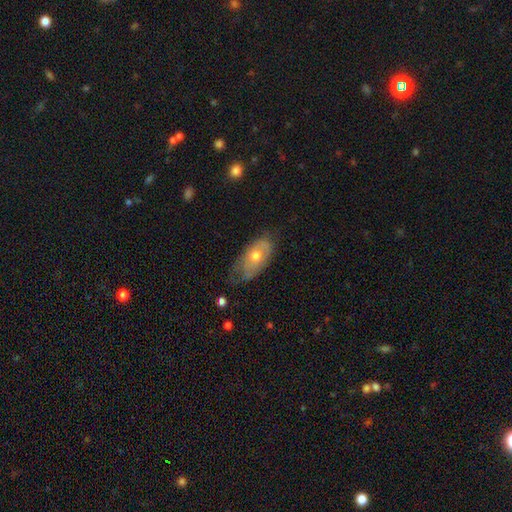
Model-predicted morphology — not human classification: smooth-or-featured: smooth: 47% | featured or disk: 46% | star or artifact: 7%
  merging: none: 50% | minor disturbance: 35% | major disturbance: 12% | merger: 2%